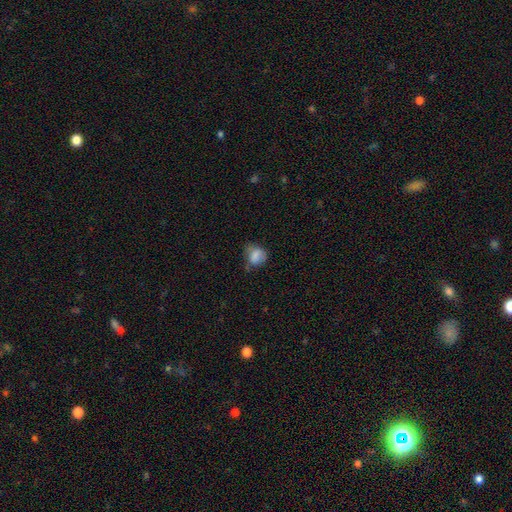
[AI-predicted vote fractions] Smooth or featured? smooth (78%)
How rounded? round (52%)
Merging? none (45%)